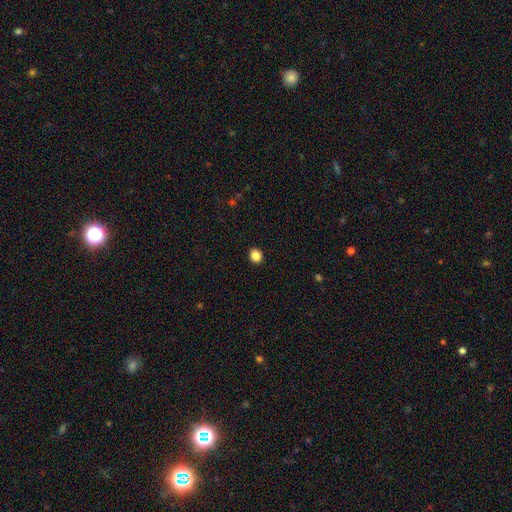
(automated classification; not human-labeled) Overall: smooth (87%). How rounded: round (68%; in between 31%). Merging: none (92%).